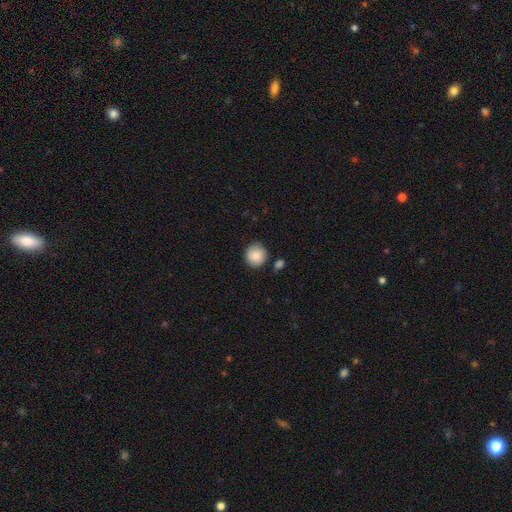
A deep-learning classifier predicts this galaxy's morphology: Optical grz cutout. It shows a smooth galaxy with no disk features (83%) that is round (92%). Merging: none (81%).